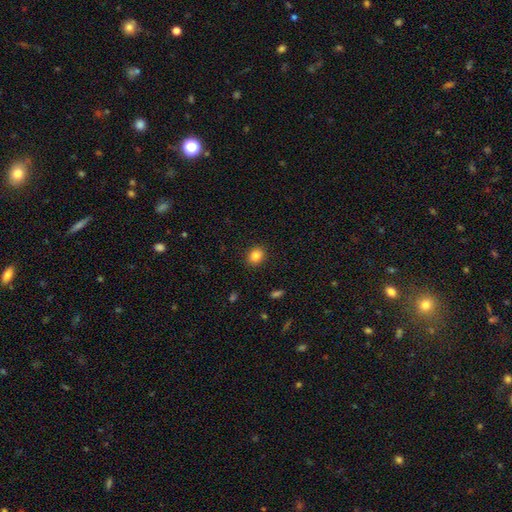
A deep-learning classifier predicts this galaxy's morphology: smooth 83%, star or artifact 11%, featured or disk 6%. Down the decision tree: how rounded — round (62%); merging — none (89%).